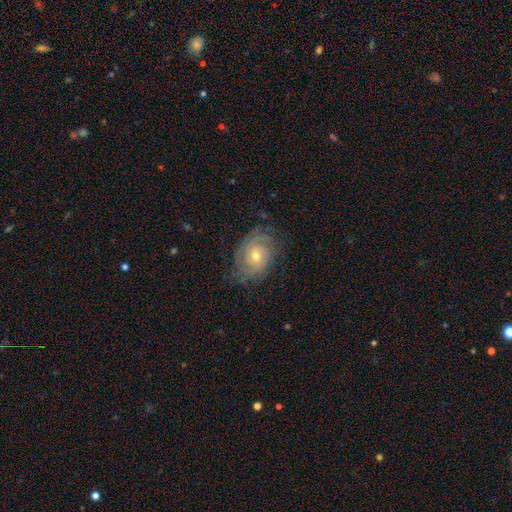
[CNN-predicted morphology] Smooth or featured? featured or disk (75%)
Edge-on disk? no (96%)
Bar? no (69%)
Spiral arms? yes (91%)
Spiral winding? tight (64%)
Spiral arm count? can't tell (41%)
Bulge size? moderate (50%)
Merging? none (73%)